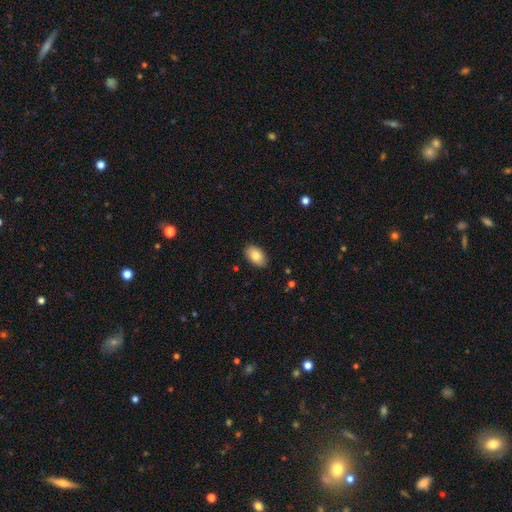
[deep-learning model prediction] This appears to be a smooth galaxy with no disk features (85%) that is in between round and cigar-shaped (92%). Merging: none (87%).